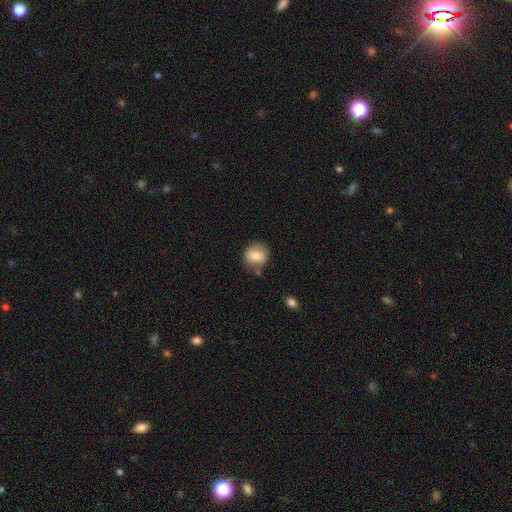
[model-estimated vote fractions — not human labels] The model was most divided on "merging": none: 71%, minor disturbance: 18%, merger: 6%, major disturbance: 5%. More confident: smooth or featured — smooth (78%); how rounded — round (77%).